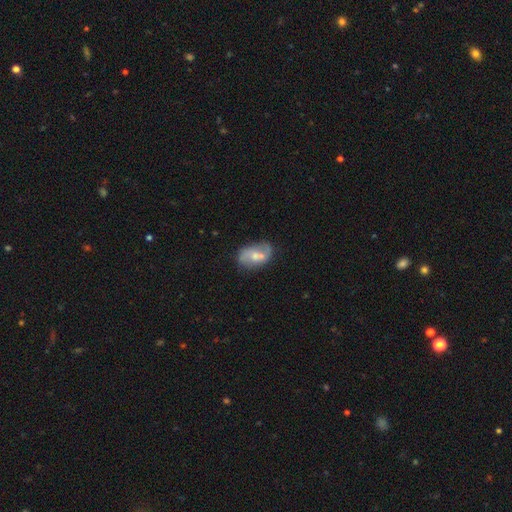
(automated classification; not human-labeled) Smooth or featured? featured or disk (52%)
Edge-on disk? no (96%)
Bar? no (64%)
Spiral arms? yes (60%)
Bulge size? moderate (50%)
Merging? none (43%)